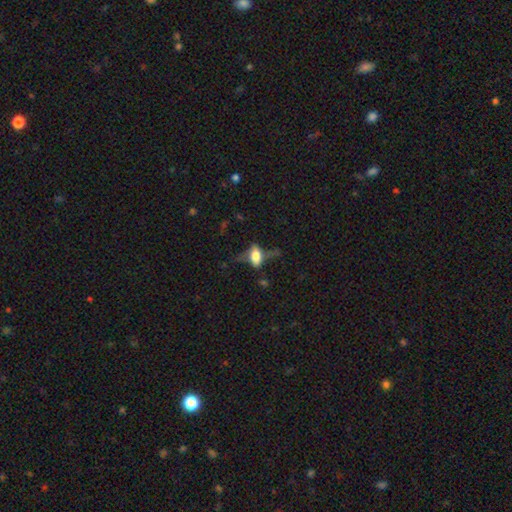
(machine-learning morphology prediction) Smooth or featured? Predicted: smooth (p=0.58). How rounded? Predicted: in between (p=0.83). Merging? Predicted: none (p=0.48).